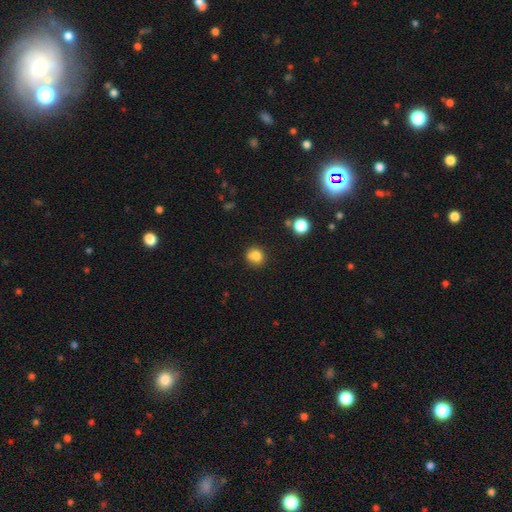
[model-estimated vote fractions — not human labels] Morphology: type=smooth (80%); roundness=round (79%); merging=none (67%).